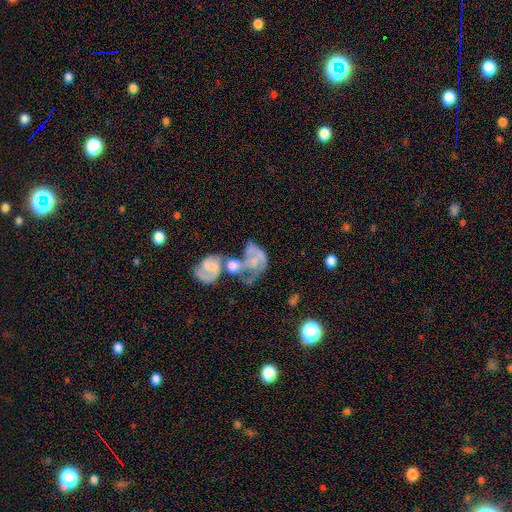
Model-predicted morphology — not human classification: Smooth or featured? Predicted: featured or disk (p=0.63). Edge-on disk? Predicted: no (p=0.97). Bar? Predicted: no (p=0.74). Spiral arms? Predicted: yes (p=0.58). Bulge size? Predicted: none (p=0.44). Merging? Predicted: merger (p=0.67).